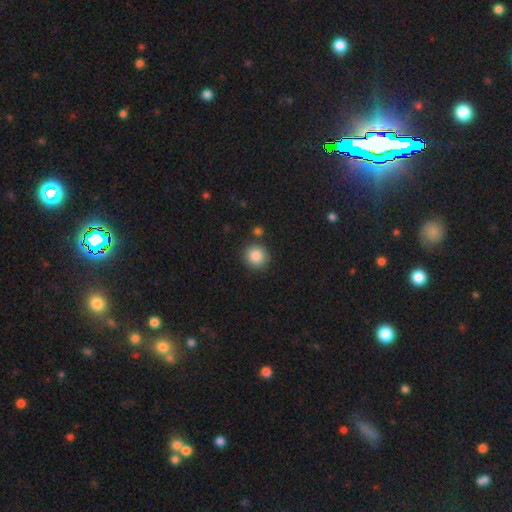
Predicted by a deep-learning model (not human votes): This is clearly a smooth galaxy (87%). How rounded: clearly round (89%). Merging: clearly none (83%).